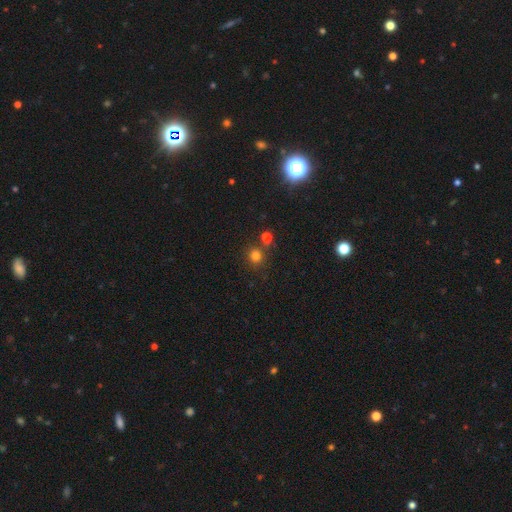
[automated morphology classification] Smooth or featured?
  - smooth: 77% *
  - star or artifact: 17%
  - featured or disk: 6%
How rounded?
  - round: 89% *
  - in between: 10%
  - cigar-shaped: 1%
Merging?
  - none: 71% *
  - merger: 19%
  - minor disturbance: 8%
  - major disturbance: 3%